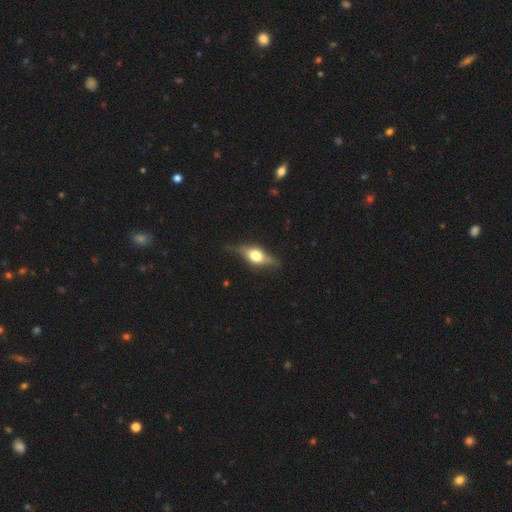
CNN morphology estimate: smooth-or-featured: featured or disk: 60% | smooth: 33% | star or artifact: 7%
  disk-edge-on: yes: 90% | no: 10%
    edge-on-bulge: rounded: 94% | boxy: 5% | none: 1%
  merging: none: 75% | minor disturbance: 18% | major disturbance: 5% | merger: 2%